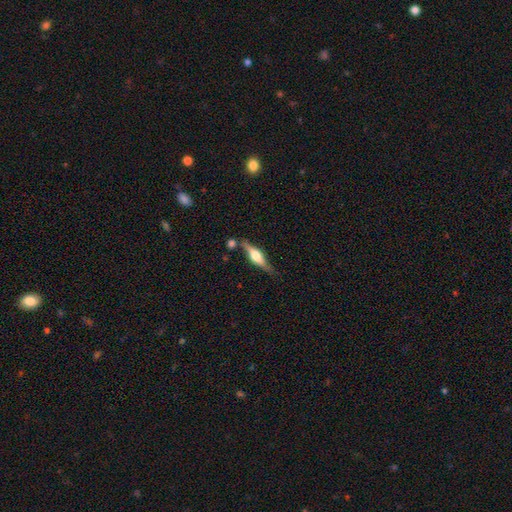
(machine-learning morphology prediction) Smooth or featured?
  - featured or disk: 69% *
  - smooth: 25%
  - star or artifact: 6%
Edge-on disk?
  - yes: 96% *
  - no: 4%
Edge-on bulge?
  - rounded: 91% *
  - boxy: 7%
  - none: 2%
Merging?
  - none: 71% *
  - minor disturbance: 14%
  - merger: 11%
  - major disturbance: 4%